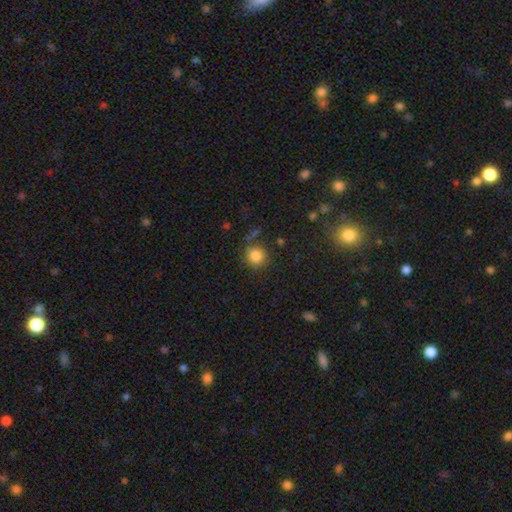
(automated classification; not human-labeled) Morphology: type=smooth (83%); roundness=round (91%); merging=none (78%).